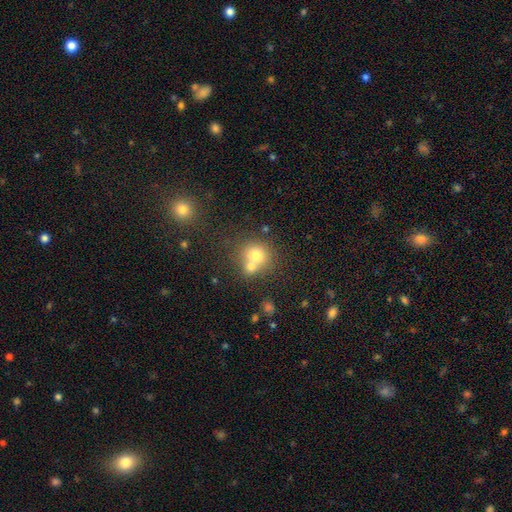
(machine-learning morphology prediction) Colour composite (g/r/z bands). It shows a smooth galaxy with no disk features (72%) that is round (79%). Merging: merger (48%).